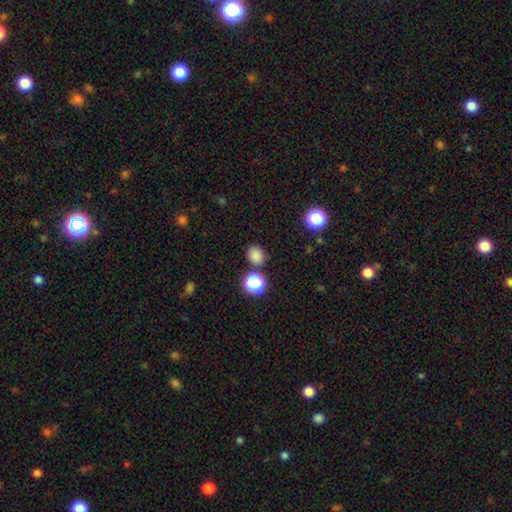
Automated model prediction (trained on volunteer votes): Morphology: type=smooth (81%); roundness=round (74%); merging=none (80%).